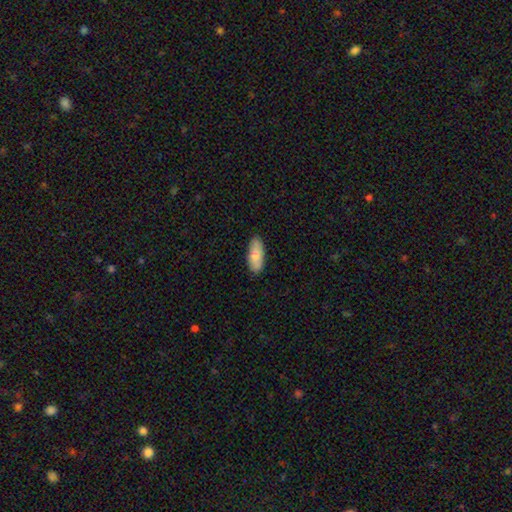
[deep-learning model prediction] This appears to be a smooth galaxy with no disk features (78%) that is in between round and cigar-shaped (81%). Merging: none (86%).